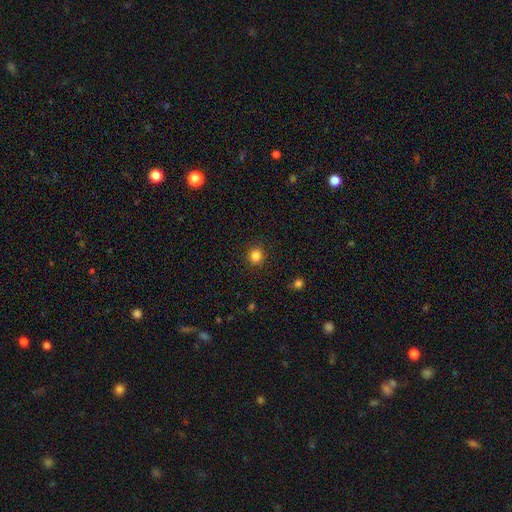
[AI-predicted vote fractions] This is clearly a smooth galaxy (83%). How rounded: clearly round (92%). Merging: clearly none (92%).